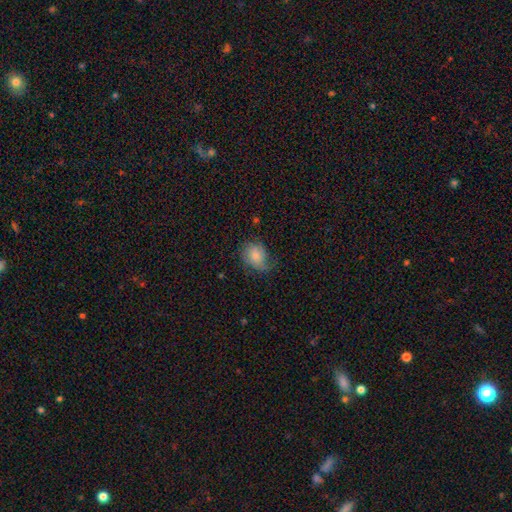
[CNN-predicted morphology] smooth 71%, featured or disk 21%, star or artifact 8%. Down the decision tree: how rounded — in between (51%); merging — none (46%).